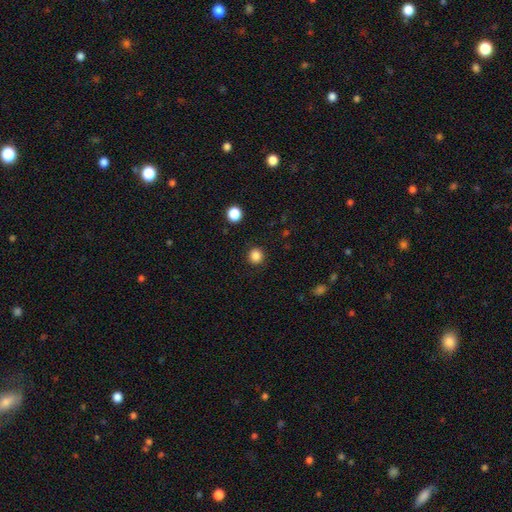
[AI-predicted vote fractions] The model was most divided on "smooth or featured": smooth: 85%, star or artifact: 12%, featured or disk: 3%. More confident: how rounded — round (94%); merging — none (91%).